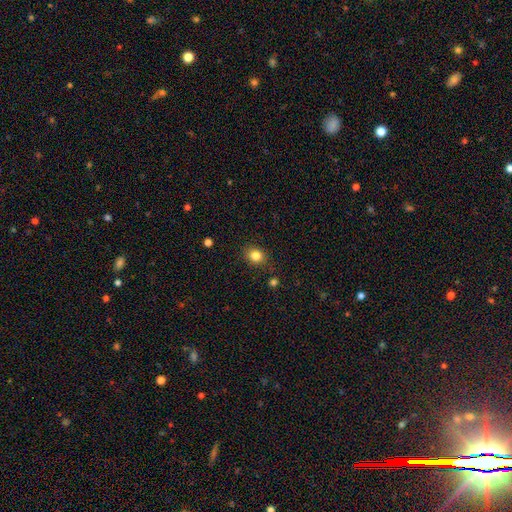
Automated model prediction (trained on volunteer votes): Q: Smooth or featured?
A: smooth (83%); runner-up: star or artifact (11%)
Q: How rounded?
A: round (66%); runner-up: in between (33%)
Q: Merging?
A: none (85%); runner-up: minor disturbance (10%)